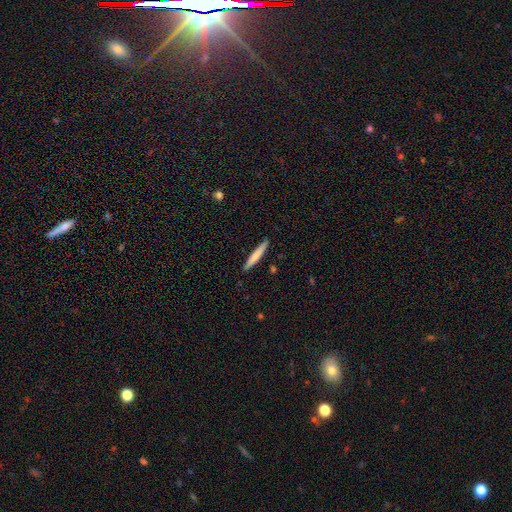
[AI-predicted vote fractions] This appears to be a smooth galaxy with no disk features (73%) that is cigar-shaped (95%). Merging: none (89%).